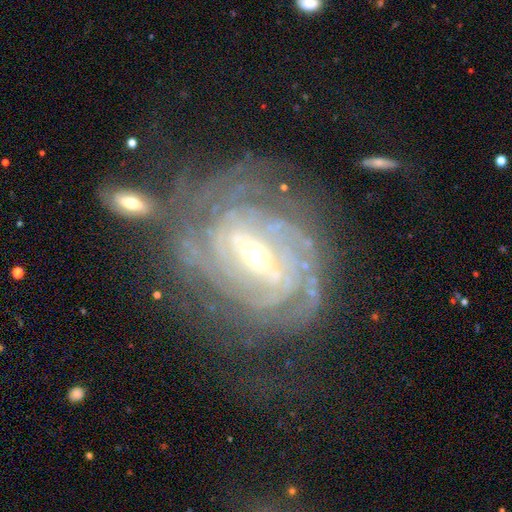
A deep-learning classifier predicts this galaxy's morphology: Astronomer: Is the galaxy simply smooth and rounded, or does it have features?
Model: featured or disk — 90%.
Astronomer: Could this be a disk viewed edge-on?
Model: no — 96%.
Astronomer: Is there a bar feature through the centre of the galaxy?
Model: strong — 48% (runner-up: weak, 40%).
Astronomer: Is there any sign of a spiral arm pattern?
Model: yes — 97%.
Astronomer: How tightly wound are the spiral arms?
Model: tight — 78%.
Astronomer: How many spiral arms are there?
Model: can't tell — 30% (runner-up: 4, 23%).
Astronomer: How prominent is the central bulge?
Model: small — 59% (runner-up: moderate, 37%).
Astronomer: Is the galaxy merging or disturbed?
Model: none — 59%.